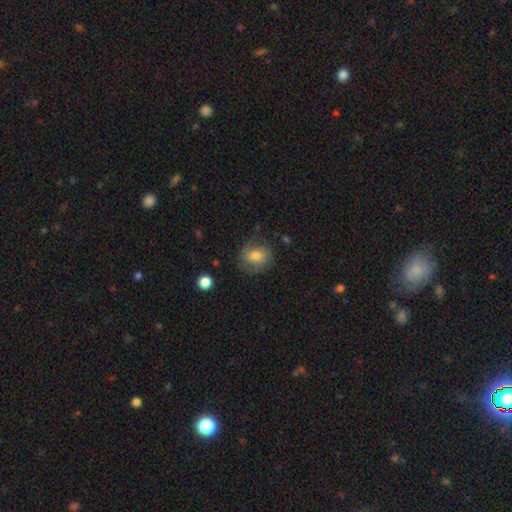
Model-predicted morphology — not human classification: A smooth galaxy with no disk features (60%) that is round (57%). Merging: none (68%).